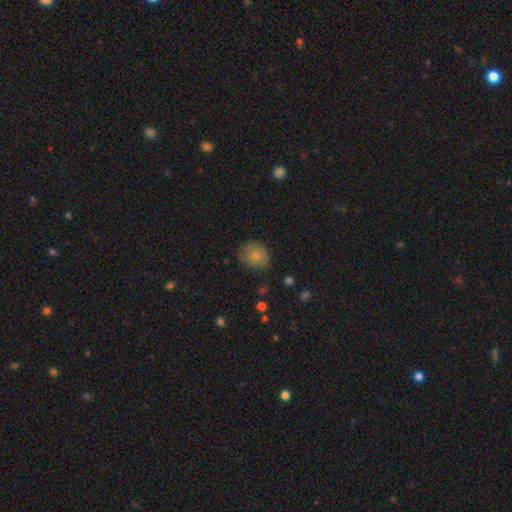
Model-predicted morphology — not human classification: This is likely a smooth galaxy (77%). How rounded: likely round (63%). Merging: likely none (65%).